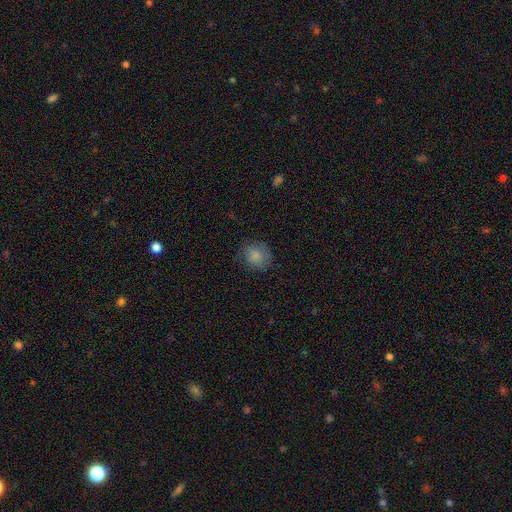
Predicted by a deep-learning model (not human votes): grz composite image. It shows a smooth galaxy with no disk features (82%) that is round (81%). Merging: none (76%).